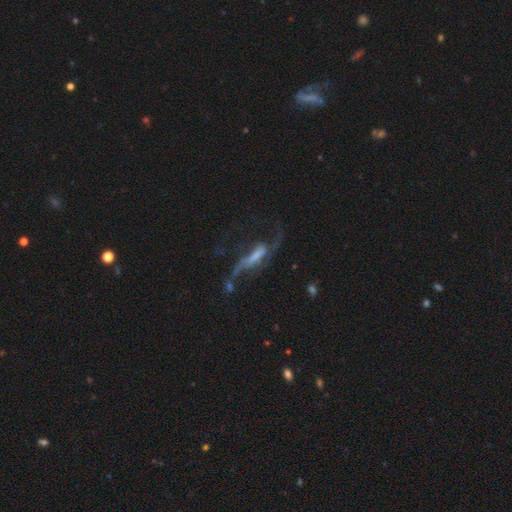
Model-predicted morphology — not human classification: A featured or disk galaxy (74%) with a weak bar (35%), spiral arms (82%) and a small central bulge (35%). Merging: none (40%).